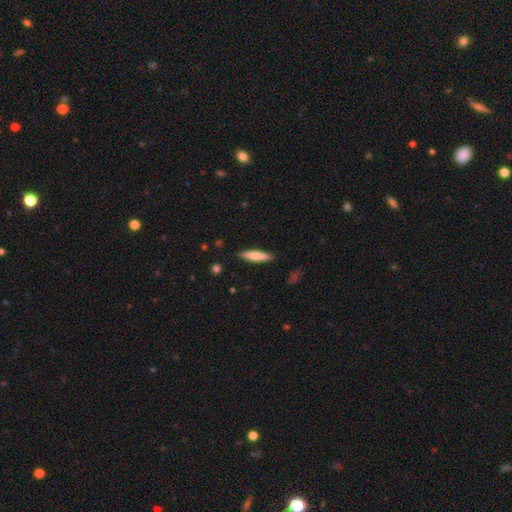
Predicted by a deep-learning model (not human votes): Q: Smooth or featured?
A: smooth (68%); runner-up: featured or disk (26%)
Q: How rounded?
A: cigar-shaped (83%); runner-up: in between (16%)
Q: Merging?
A: none (89%); runner-up: minor disturbance (8%)